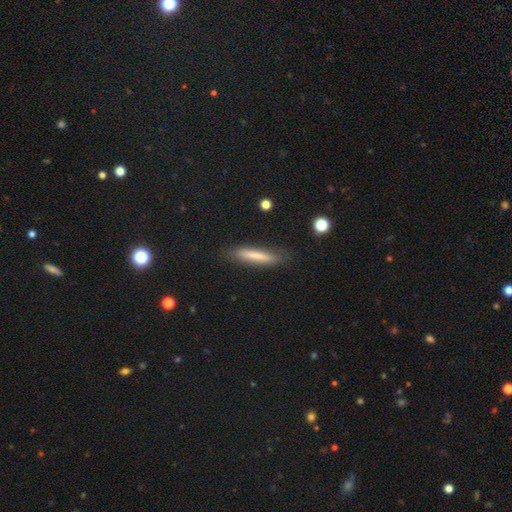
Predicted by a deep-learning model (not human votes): Smooth or featured? Predicted: smooth (p=0.72). How rounded? Predicted: cigar-shaped (p=0.88). Merging? Predicted: none (p=0.82).